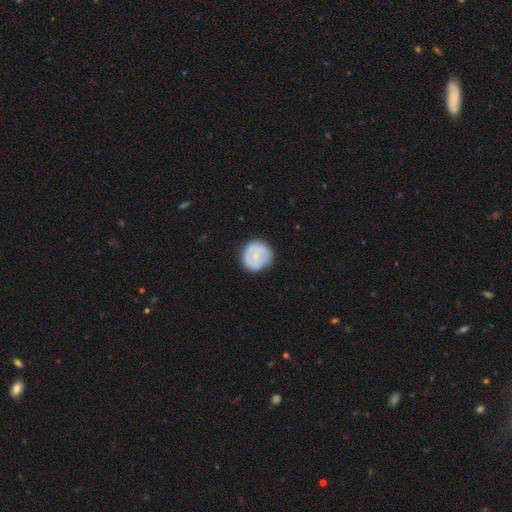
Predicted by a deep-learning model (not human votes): Q: Smooth or featured?
A: smooth (58%); runner-up: featured or disk (36%)
Q: How rounded?
A: round (88%); runner-up: in between (11%)
Q: Merging?
A: none (73%); runner-up: minor disturbance (20%)